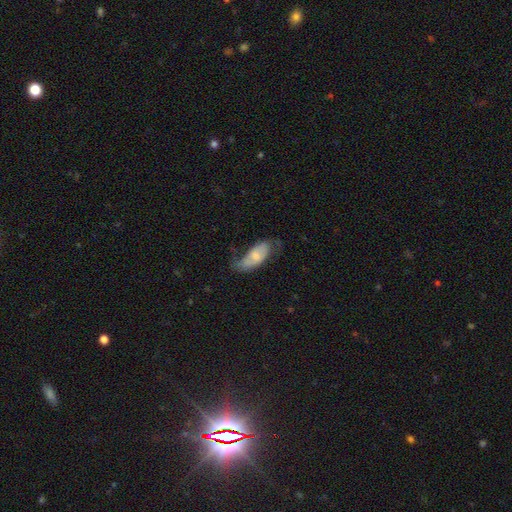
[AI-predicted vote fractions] smooth-or-featured: smooth: 56% | featured or disk: 37% | star or artifact: 7%
  how-rounded: in between: 86% | cigar-shaped: 12% | round: 2%
  merging: none: 38% | minor disturbance: 34% | major disturbance: 25% | merger: 3%